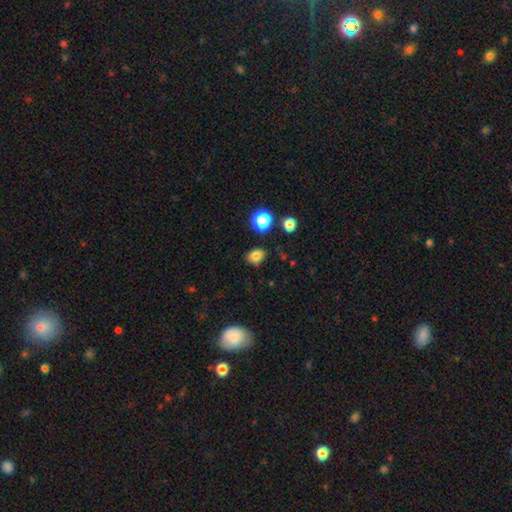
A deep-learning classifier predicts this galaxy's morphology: Smooth or featured? smooth (81%)
How rounded? in between (61%)
Merging? none (80%)